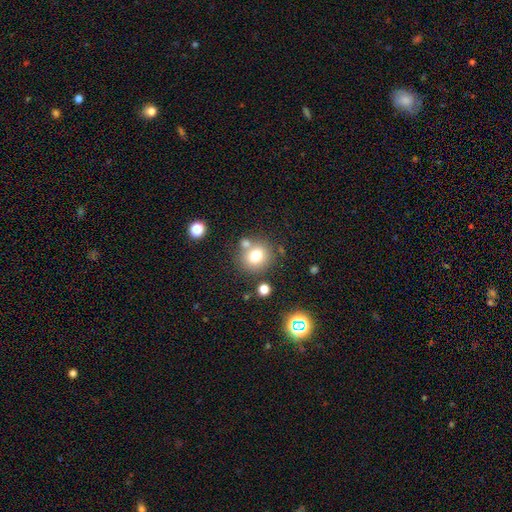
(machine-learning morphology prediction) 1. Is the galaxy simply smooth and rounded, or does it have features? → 75% smooth, 13% featured or disk, 12% star or artifact.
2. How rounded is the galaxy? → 73% round, 26% in between, 1% cigar-shaped.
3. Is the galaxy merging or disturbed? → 67% none, 16% merger, 12% minor disturbance, 4% major disturbance.